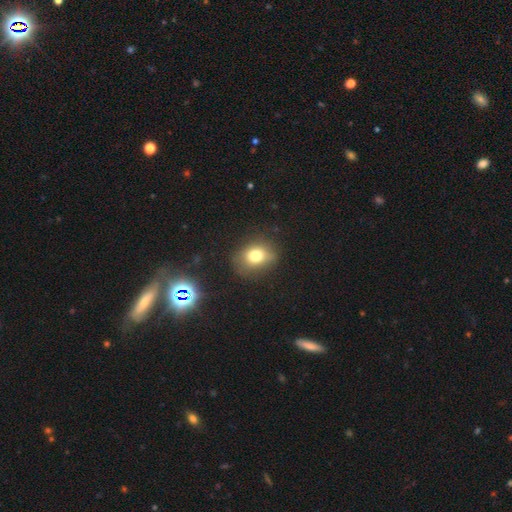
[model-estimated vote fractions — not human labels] smooth-or-featured: smooth: 73% | star or artifact: 14% | featured or disk: 13%
  how-rounded: round: 52% | in between: 47% | cigar-shaped: 1%
  merging: none: 73% | minor disturbance: 19% | major disturbance: 7% | merger: 2%